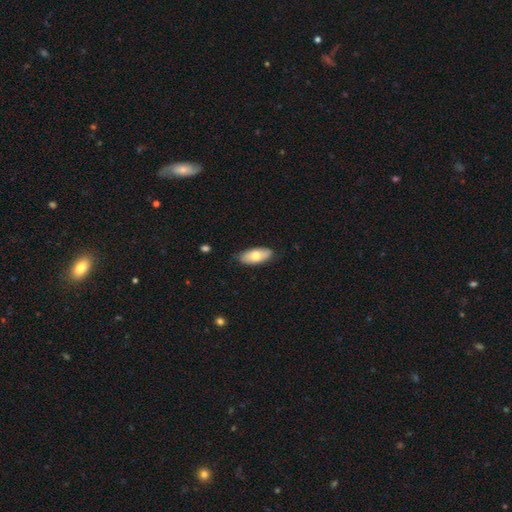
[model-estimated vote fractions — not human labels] A smooth galaxy with no disk features (72%) that is in between round and cigar-shaped (88%). Merging: none (83%).